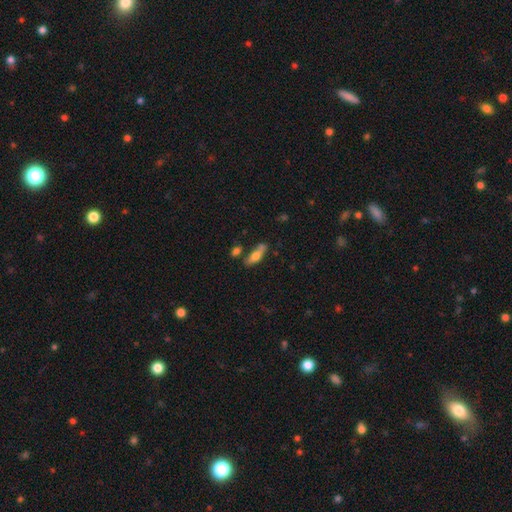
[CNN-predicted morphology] Smooth or featured: smooth — 60% (featured or disk — 33%)
How rounded: in between — 50% (cigar-shaped — 47%)
Merging: none — 57% (minor disturbance — 19%)